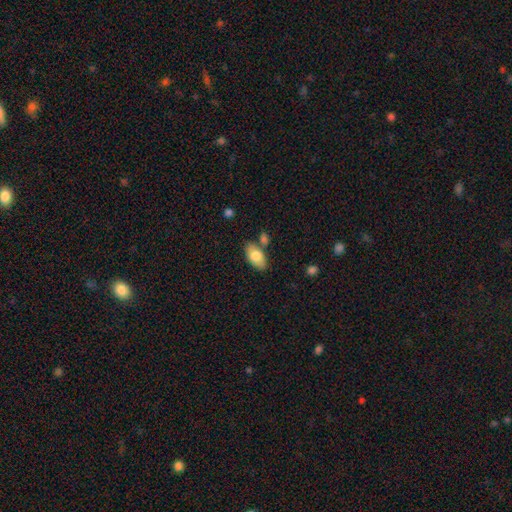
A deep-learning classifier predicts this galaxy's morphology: Overall: smooth (77%). How rounded: in between (93%). Merging: none (69%).